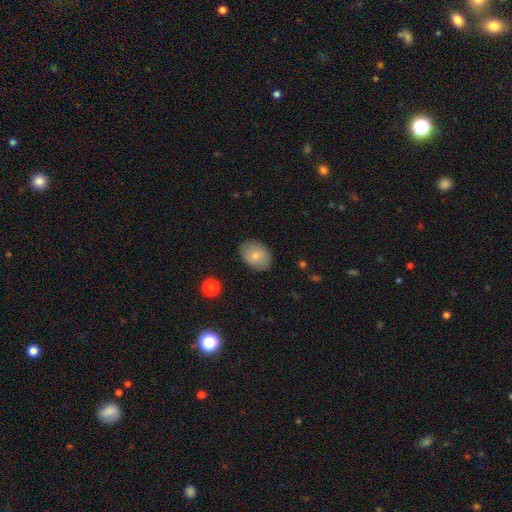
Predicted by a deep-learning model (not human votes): Morphology: type=smooth (77%); roundness=in between (76%); merging=none (85%).